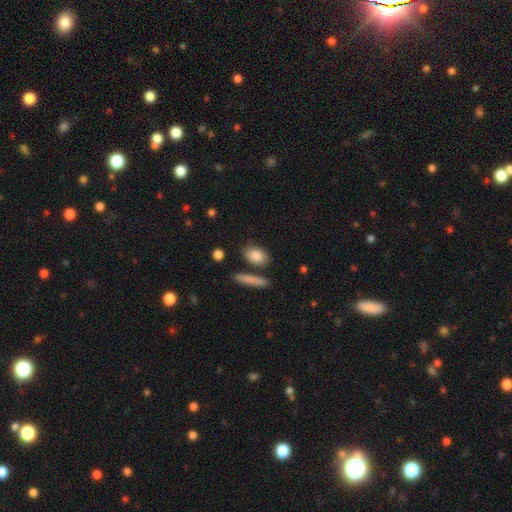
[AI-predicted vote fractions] Smooth or featured?
  - smooth: 85% *
  - featured or disk: 9%
  - star or artifact: 6%
How rounded?
  - in between: 76% *
  - round: 14%
  - cigar-shaped: 10%
Merging?
  - none: 75% *
  - minor disturbance: 13%
  - merger: 8%
  - major disturbance: 4%